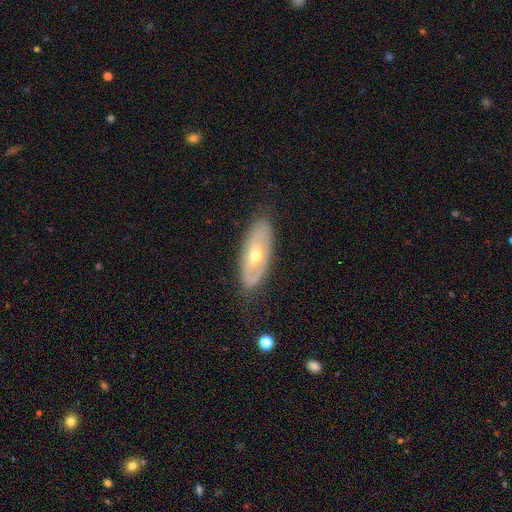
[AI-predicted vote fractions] smooth-or-featured: featured or disk: 56% | smooth: 38% | star or artifact: 6%
  disk-edge-on: no: 81% | yes: 19%
  merging: none: 76% | minor disturbance: 17% | major disturbance: 5% | merger: 1%